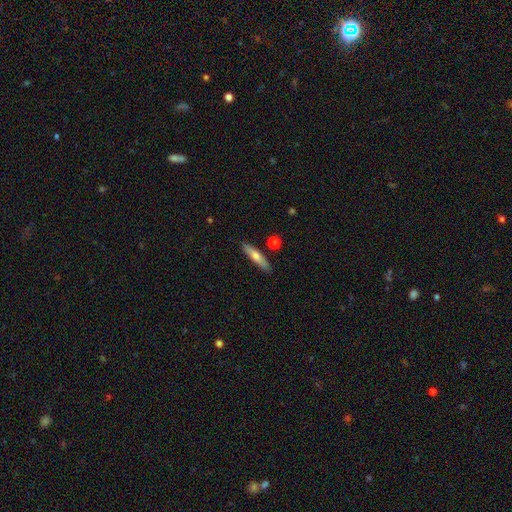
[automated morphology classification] The model was most divided on "smooth or featured": smooth: 63%, featured or disk: 31%, star or artifact: 6%. More confident: merging — none (86%); how rounded — cigar-shaped (84%).